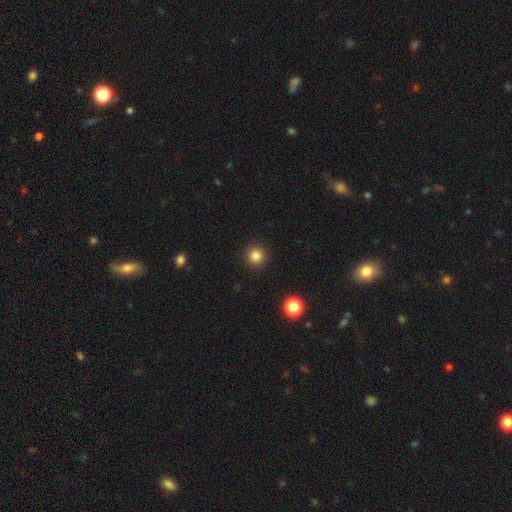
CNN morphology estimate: Smooth or featured?
  - smooth: 84% *
  - star or artifact: 12%
  - featured or disk: 4%
How rounded?
  - round: 95% *
  - in between: 4%
  - cigar-shaped: 1%
Merging?
  - none: 93% *
  - minor disturbance: 5%
  - major disturbance: 2%
  - merger: 1%